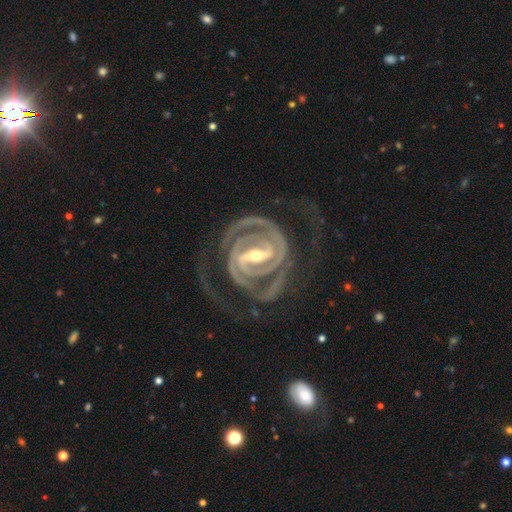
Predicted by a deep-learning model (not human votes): A featured or disk galaxy (94%) with a strong bar (72%), 2 (74%) tight (67%) spiral arms (98%) and a moderate central bulge (57%).

Vote fractions:
- Smooth or featured? featured or disk: 94% / star or artifact: 4% / smooth: 3%
- Edge-on disk? no: 97% / yes: 3%
- Bar? strong: 72% / weak: 23% / no: 5%
- Spiral arms? yes: 98% / no: 2%
- Spiral winding? tight: 67% / medium: 27% / loose: 5%
- Spiral arm count? 2: 74% / 3: 12% / can't tell: 5% / 4: 4% / 1: 3% / more than 4: 3%
- Bulge size? moderate: 57% / small: 37% / large: 5% / none: 1% / dominant: 1%
- Merging? none: 66% / major disturbance: 17% / minor disturbance: 15% / merger: 2%